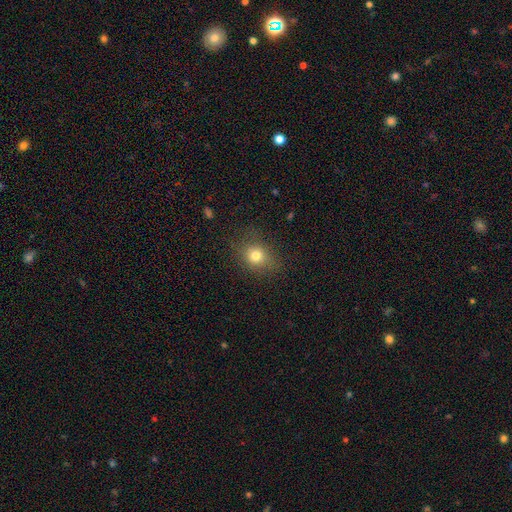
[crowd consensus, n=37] Smooth or featured: smooth — 89% (featured or disk — 5%)
How rounded: round — 85% (in between — 15%)
Merging: none — 91% (minor disturbance — 6%)